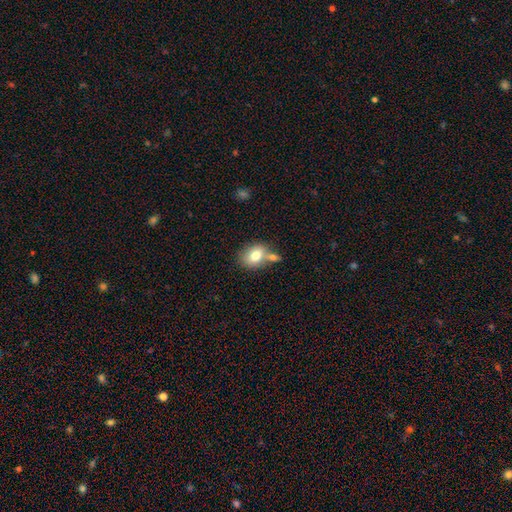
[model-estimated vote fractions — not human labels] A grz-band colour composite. It shows a smooth galaxy with no disk features (76%) that is in between round and cigar-shaped (62%). Merging: none (46%).